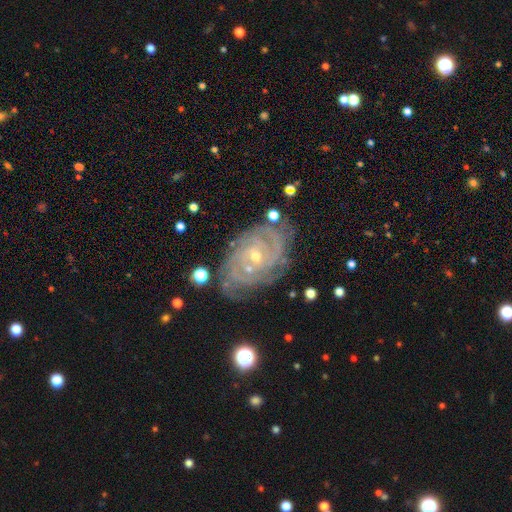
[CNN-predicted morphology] The model was most divided on "spiral arm count" (2-way tie): 4: 22%, 3: 22%, can't tell: 20%, 2: 18%, more than 4: 11%, 1: 6%. More confident: spiral arms — yes (98%); edge-on disk — no (97%); smooth or featured — featured or disk (90%); spiral winding — tight (78%); merging — none (72%); bulge size — small (70%); bar — no (67%).